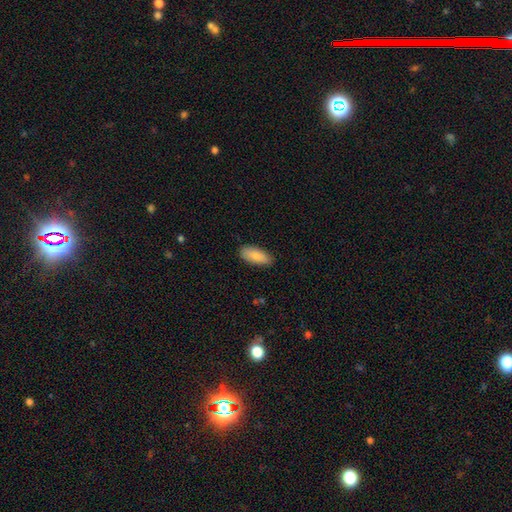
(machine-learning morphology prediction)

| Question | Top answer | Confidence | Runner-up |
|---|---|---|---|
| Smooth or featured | smooth | 88% | featured or disk (7%) |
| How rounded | in between | 86% | cigar-shaped (13%) |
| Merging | none | 86% | minor disturbance (11%) |